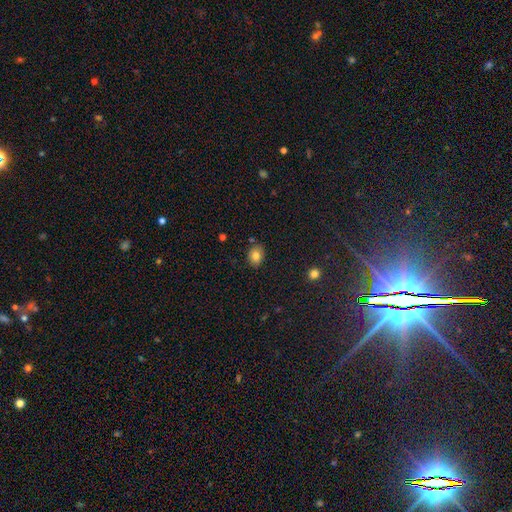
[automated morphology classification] A smooth galaxy with no disk features (82%) that is in between round and cigar-shaped (53%).

Vote fractions:
- Smooth or featured? smooth: 82% / star or artifact: 10% / featured or disk: 8%
- How rounded? in between: 53% / round: 46% / cigar-shaped: 1%
- Merging? none: 83% / minor disturbance: 12% / merger: 3% / major disturbance: 2%